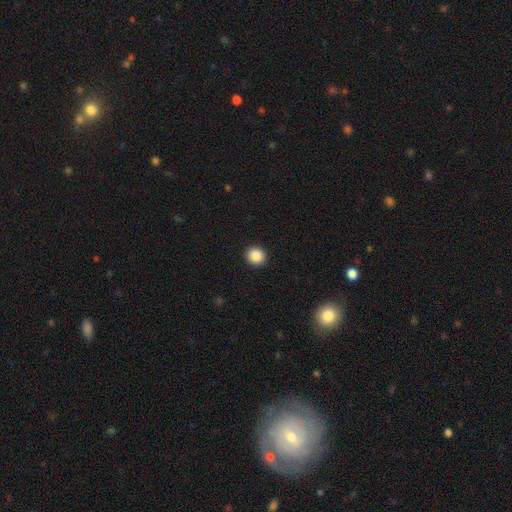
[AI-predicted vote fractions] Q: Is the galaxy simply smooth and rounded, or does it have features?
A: smooth — 88%.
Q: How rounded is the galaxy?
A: round — 90%.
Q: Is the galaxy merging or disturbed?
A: none — 93%.